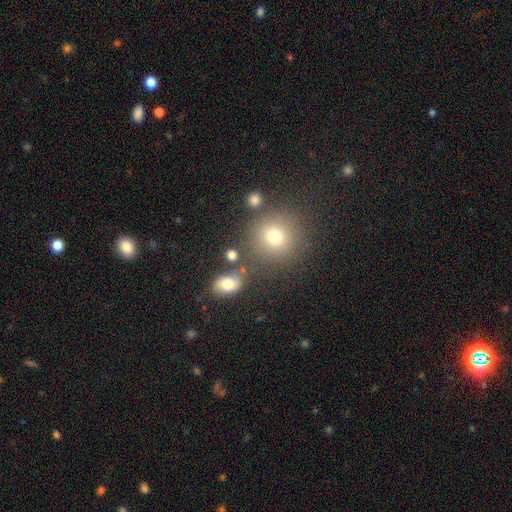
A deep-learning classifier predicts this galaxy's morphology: Smooth or featured: smooth — 60% (star or artifact — 29%)
How rounded: round — 86% (in between — 13%)
Merging: none — 75% (merger — 13%)